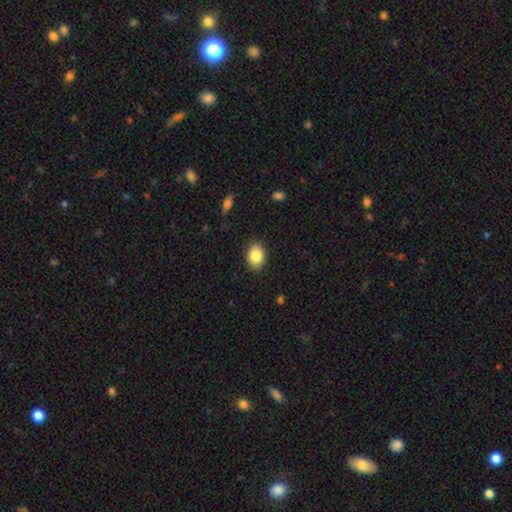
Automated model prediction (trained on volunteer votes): Smooth or featured?
  - smooth: 86% *
  - star or artifact: 8%
  - featured or disk: 7%
How rounded?
  - in between: 74% *
  - round: 25%
  - cigar-shaped: 1%
Merging?
  - none: 87% *
  - minor disturbance: 9%
  - major disturbance: 2%
  - merger: 1%